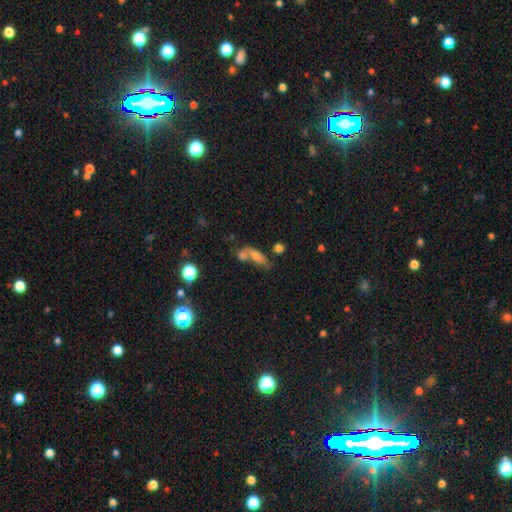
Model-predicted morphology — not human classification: smooth_or_featured: smooth (p=0.57) [alt: featured or disk p=0.24]
how_rounded: in between (p=0.63) [alt: cigar-shaped p=0.26]
merging: merger (p=0.45) [alt: none p=0.32]